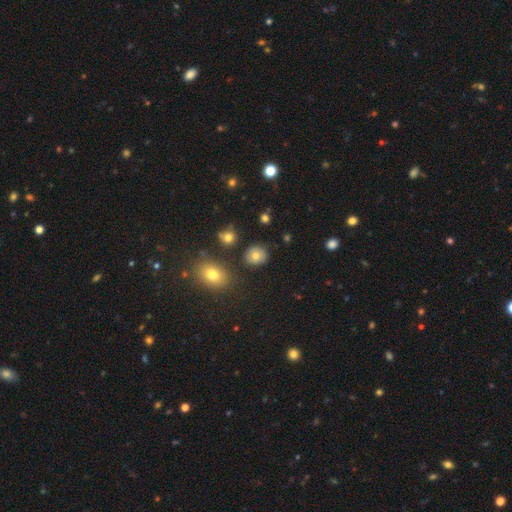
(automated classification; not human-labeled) This appears to be a smooth galaxy with no disk features (76%) that is round (73%). Merging: none (83%).